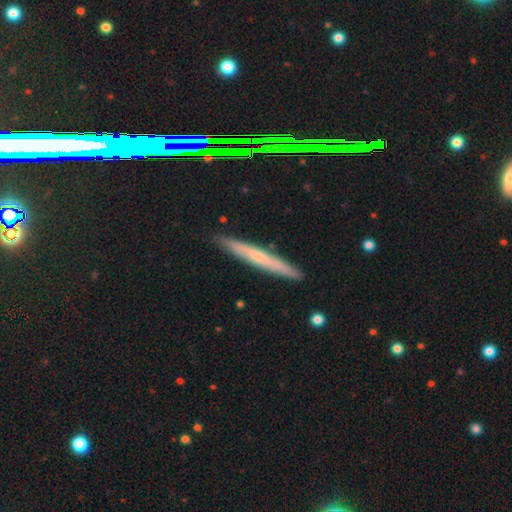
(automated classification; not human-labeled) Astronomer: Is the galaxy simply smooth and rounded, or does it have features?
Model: featured or disk — 47% (runner-up: smooth, 41%).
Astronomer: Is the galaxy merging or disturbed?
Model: none — 86%.